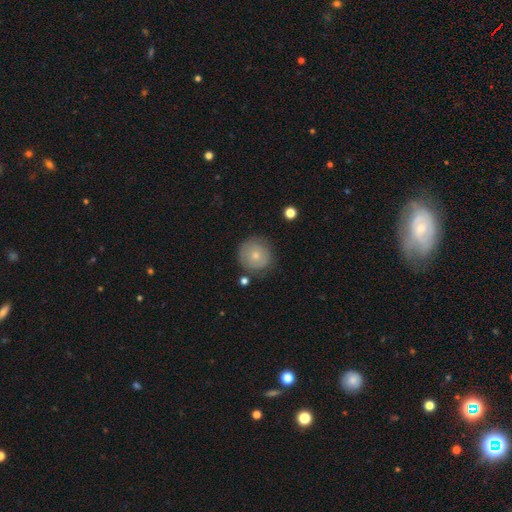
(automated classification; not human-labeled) Overall: smooth (69%). How rounded: round (94%). Merging: none (78%).